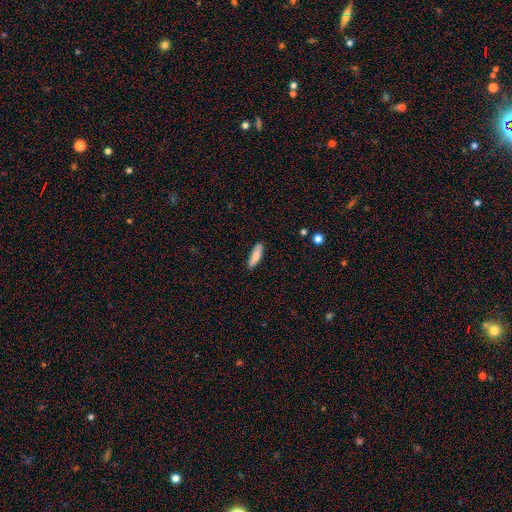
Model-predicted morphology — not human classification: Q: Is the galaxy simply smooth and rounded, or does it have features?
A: smooth — 82%.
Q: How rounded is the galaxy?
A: cigar-shaped — 57%.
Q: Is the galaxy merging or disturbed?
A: none — 85%.